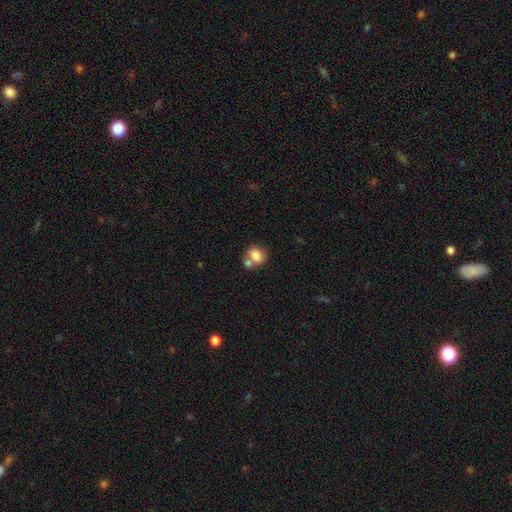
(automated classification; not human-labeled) Smooth or featured?
  - smooth: 79% *
  - featured or disk: 12%
  - star or artifact: 9%
How rounded?
  - round: 54% *
  - in between: 45%
  - cigar-shaped: 1%
Merging?
  - none: 45% *
  - merger: 40%
  - minor disturbance: 11%
  - major disturbance: 4%